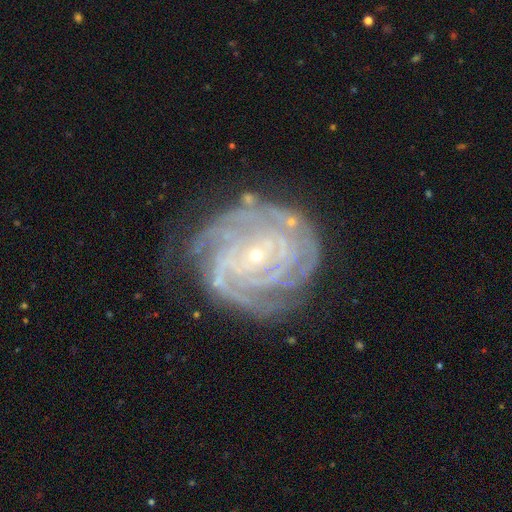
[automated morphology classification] This is clearly a featured or disk galaxy (89%). It is clearly not viewed edge-on (97%). Bar: likely no (62%). Spiral arm pattern: clearly yes (97%). Spiral arm count: marginally can't tell (25%). Spiral winding: clearly tight (80%). Central bulge: clearly small (87%). Merging: likely none (69%).